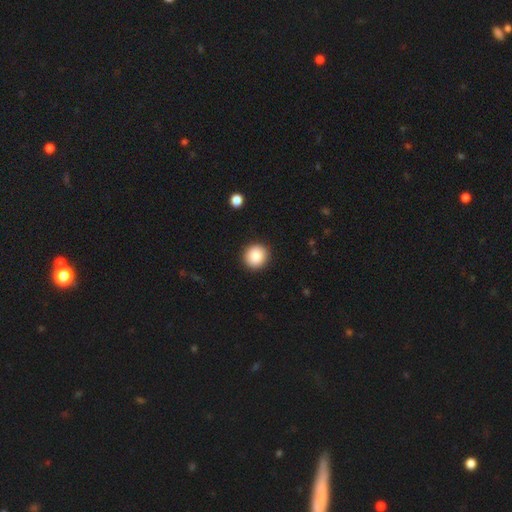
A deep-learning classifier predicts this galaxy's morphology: Smooth or featured? Predicted: smooth (p=0.86). How rounded? Predicted: round (p=0.92). Merging? Predicted: none (p=0.92).